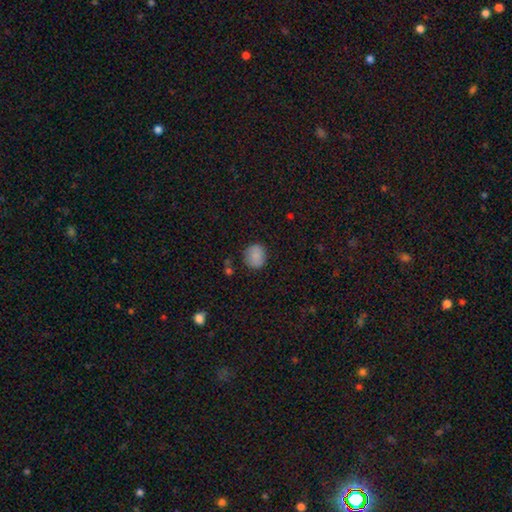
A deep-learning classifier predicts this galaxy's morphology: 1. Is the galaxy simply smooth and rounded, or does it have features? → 85% smooth, 8% star or artifact, 7% featured or disk.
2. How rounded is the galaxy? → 80% round, 19% in between, 1% cigar-shaped.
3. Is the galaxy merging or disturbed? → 81% none, 13% minor disturbance, 3% major disturbance, 2% merger.